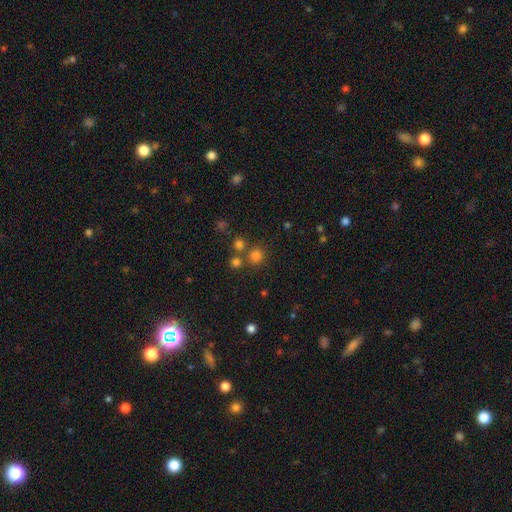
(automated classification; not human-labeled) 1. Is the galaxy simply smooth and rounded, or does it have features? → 76% smooth, 19% star or artifact, 5% featured or disk.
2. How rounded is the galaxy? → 89% round, 10% in between, 1% cigar-shaped.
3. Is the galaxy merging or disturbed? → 72% none, 17% merger, 7% minor disturbance, 3% major disturbance.